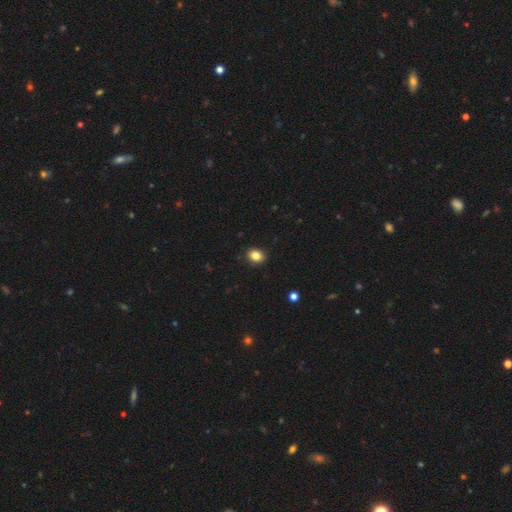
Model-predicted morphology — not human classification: This is clearly a smooth galaxy (85%). How rounded: possibly in between (58%). Merging: clearly none (89%).